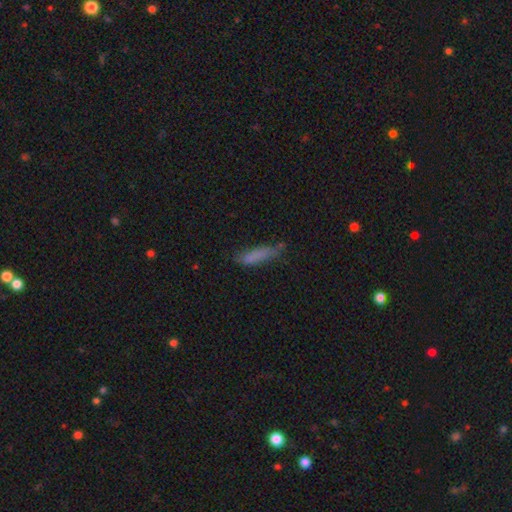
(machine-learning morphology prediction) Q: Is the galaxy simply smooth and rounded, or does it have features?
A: smooth — 78%.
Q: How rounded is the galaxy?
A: cigar-shaped — 78%.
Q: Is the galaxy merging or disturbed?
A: none — 58%.